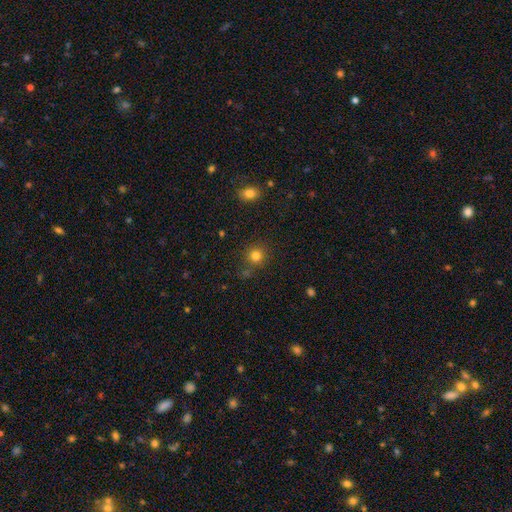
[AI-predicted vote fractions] smooth_or_featured: smooth (p=0.81) [alt: star or artifact p=0.14]
how_rounded: round (p=0.91) [alt: in between p=0.08]
merging: none (p=0.81) [alt: minor disturbance p=0.09]